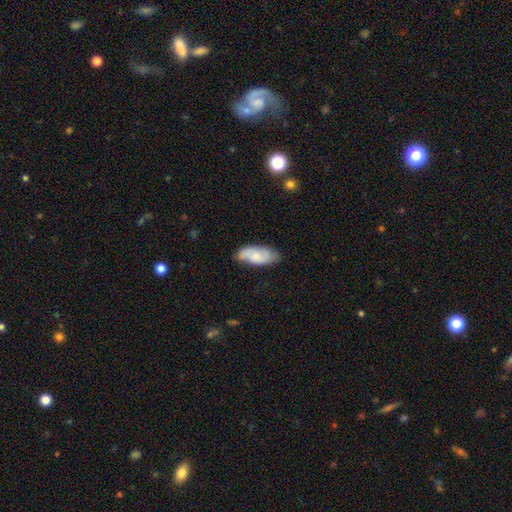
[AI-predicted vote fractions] Smooth or featured? smooth (52%)
How rounded? in between (85%)
Merging? none (71%)